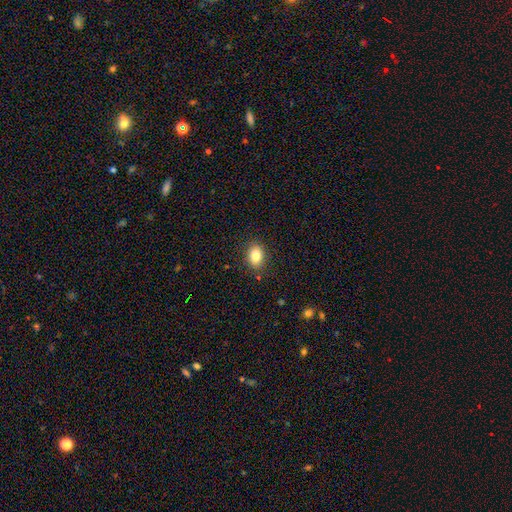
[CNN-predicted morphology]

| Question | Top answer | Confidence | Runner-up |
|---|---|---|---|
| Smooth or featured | smooth | 84% | star or artifact (9%) |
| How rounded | in between | 76% | round (23%) |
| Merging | none | 86% | minor disturbance (10%) |